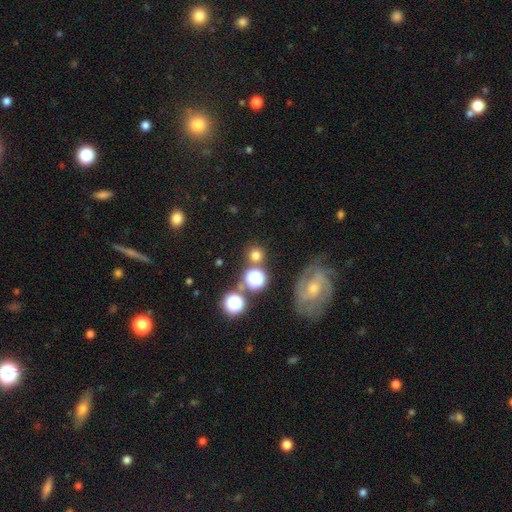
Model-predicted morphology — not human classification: smooth_or_featured: smooth (p=0.70) [alt: star or artifact p=0.20]
how_rounded: round (p=0.92) [alt: in between p=0.07]
merging: none (p=0.81) [alt: minor disturbance p=0.08]